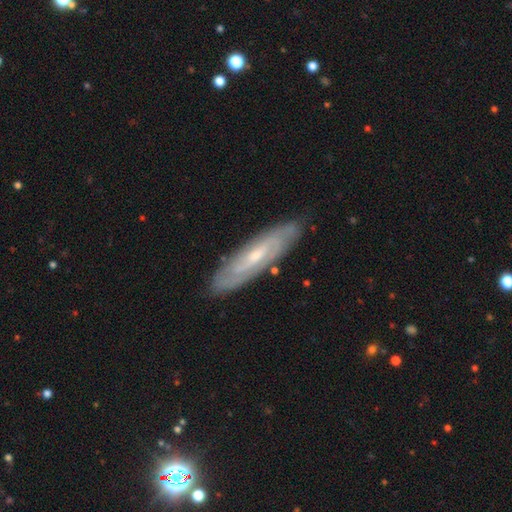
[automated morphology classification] smooth-or-featured: featured or disk: 74% | smooth: 20% | star or artifact: 6%
  disk-edge-on: no: 73% | yes: 27%
    bar: no: 43% (tied) | weak: 43% (tied) | strong: 13%
    has-spiral-arms: yes: 86% | no: 14%
    bulge-size: small: 58% | moderate: 36% | none: 3% | large: 2% | dominant: 1%
  merging: none: 83% | minor disturbance: 13% | major disturbance: 3% | merger: 1%